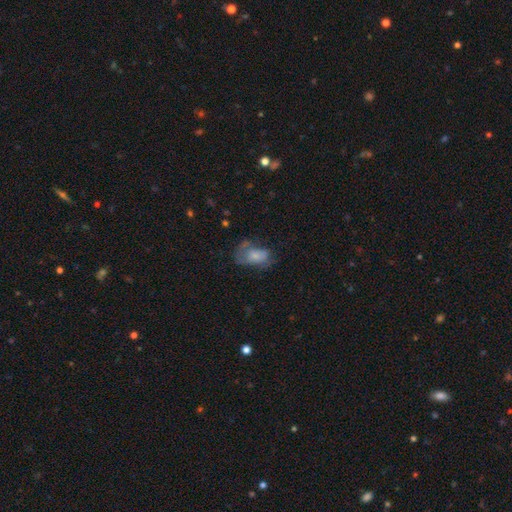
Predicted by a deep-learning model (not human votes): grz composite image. It shows a smooth galaxy with no disk features (60%) that is in between round and cigar-shaped (88%). Merging: major disturbance (37%).